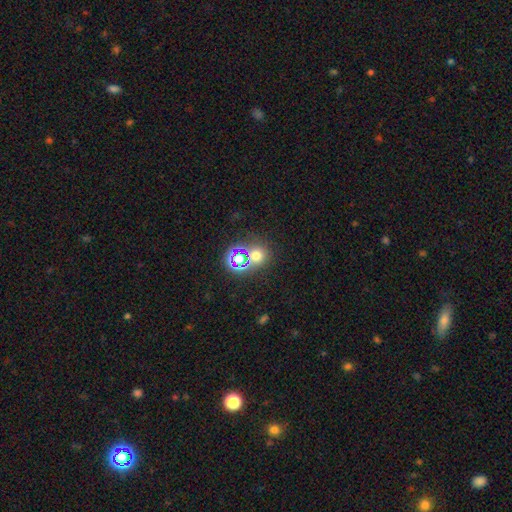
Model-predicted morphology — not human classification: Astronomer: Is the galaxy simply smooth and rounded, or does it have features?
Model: smooth — 56% (runner-up: star or artifact, 36%).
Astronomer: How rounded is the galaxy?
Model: round — 82%.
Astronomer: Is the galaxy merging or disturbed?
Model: none — 68%.